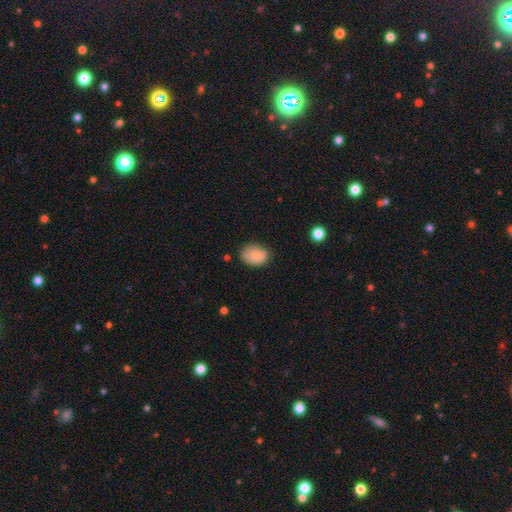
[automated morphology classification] This appears to be a smooth galaxy with no disk features (87%) that is in between round and cigar-shaped (78%). Merging: none (72%).